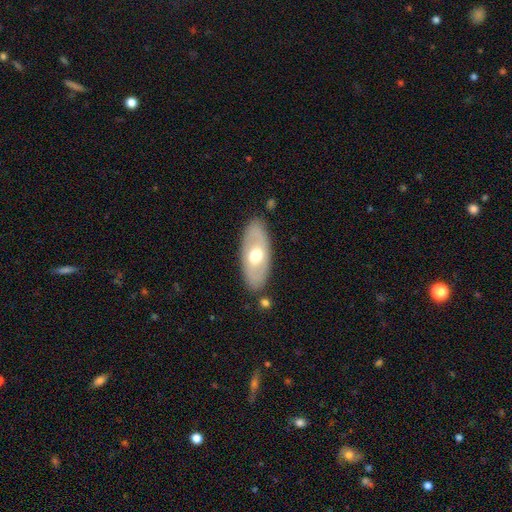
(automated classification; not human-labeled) Smooth or featured: featured or disk — 48% (smooth — 46%)
Merging: none — 84% (minor disturbance — 11%)